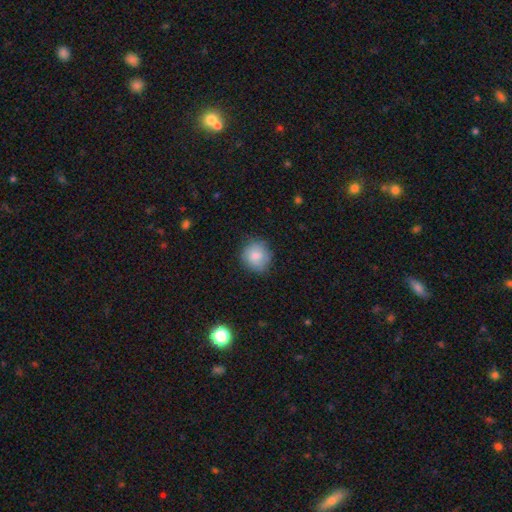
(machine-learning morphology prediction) This appears to be a smooth galaxy with no disk features (79%) that is round (87%). Merging: none (80%).